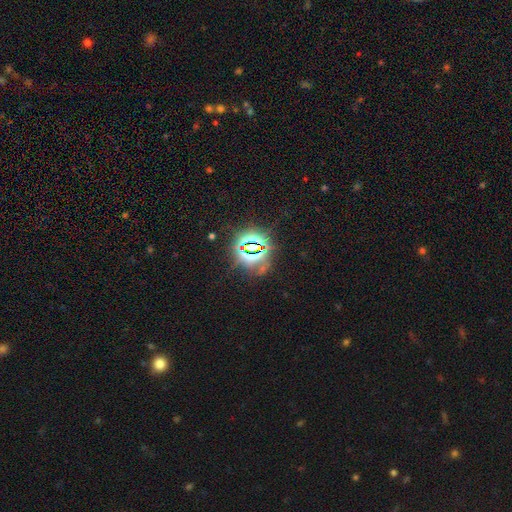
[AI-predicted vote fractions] Overall: star or artifact (81%).